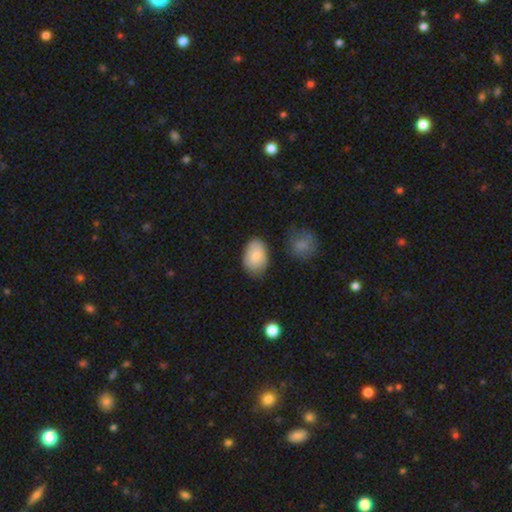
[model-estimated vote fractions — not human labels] Smooth or featured? Predicted: smooth (p=0.82). How rounded? Predicted: in between (p=0.86). Merging? Predicted: none (p=0.68).